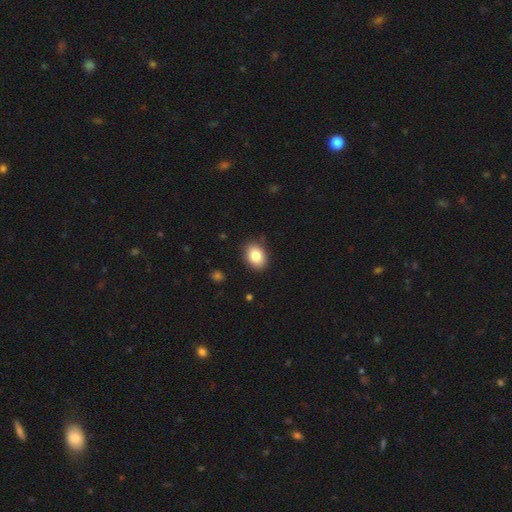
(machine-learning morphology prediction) This appears to be a smooth galaxy with no disk features (85%) that is in between round and cigar-shaped (74%). Merging: none (87%).